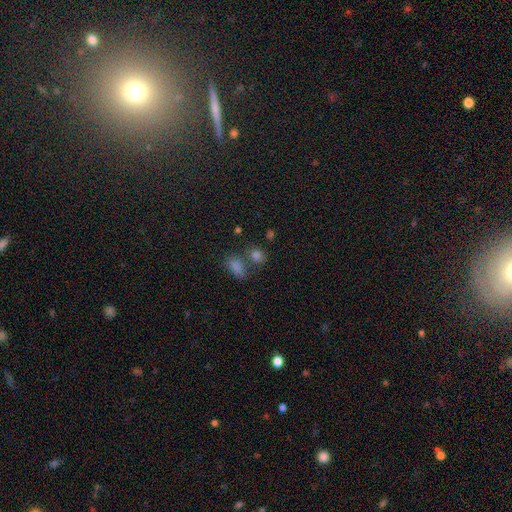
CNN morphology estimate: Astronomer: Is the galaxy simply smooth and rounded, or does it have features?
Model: smooth — 67%.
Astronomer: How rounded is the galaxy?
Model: in between — 56% (runner-up: round, 41%).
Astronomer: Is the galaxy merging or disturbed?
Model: none — 57%.